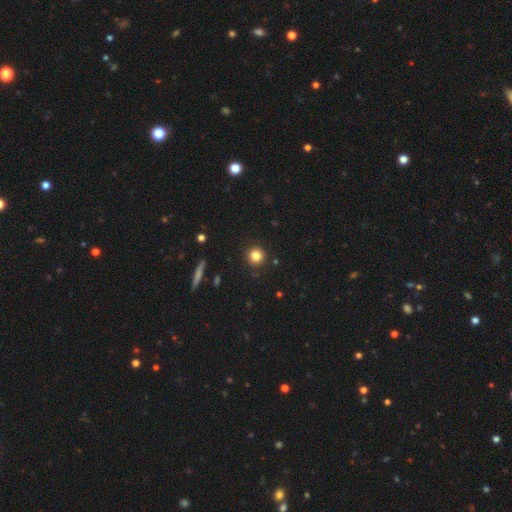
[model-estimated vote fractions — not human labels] Smooth or featured: smooth — 82% (star or artifact — 12%)
How rounded: round — 94% (in between — 5%)
Merging: none — 91% (minor disturbance — 6%)